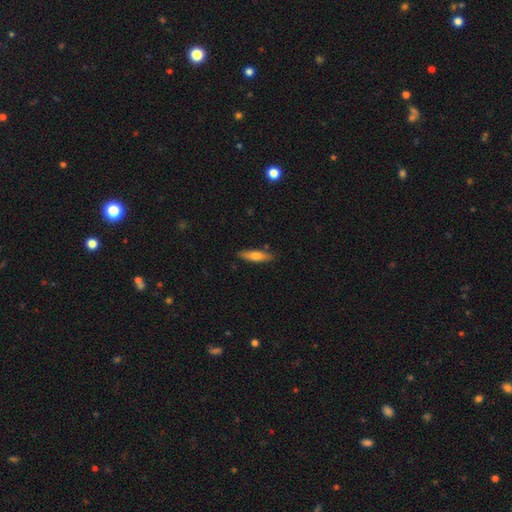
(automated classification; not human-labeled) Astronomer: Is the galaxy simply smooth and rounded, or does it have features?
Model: smooth — 67%.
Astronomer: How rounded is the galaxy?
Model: cigar-shaped — 71%.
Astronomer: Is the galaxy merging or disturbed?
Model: none — 87%.